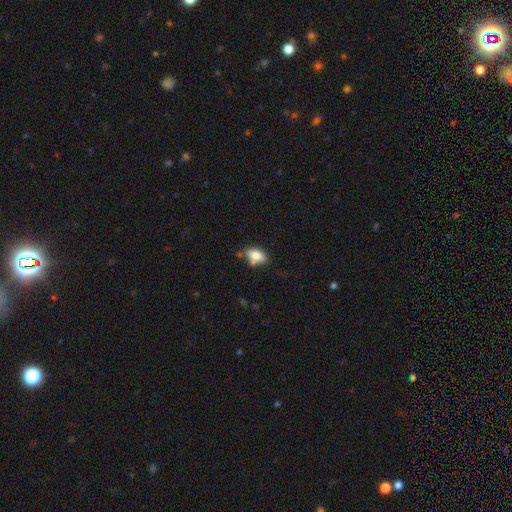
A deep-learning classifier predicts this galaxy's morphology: A smooth galaxy with no disk features (80%) that is in between round and cigar-shaped (88%).

Vote fractions:
- Smooth or featured? smooth: 80% / featured or disk: 12% / star or artifact: 8%
- How rounded? in between: 88% / round: 8% / cigar-shaped: 4%
- Merging? none: 66% / minor disturbance: 19% / merger: 11% / major disturbance: 4%